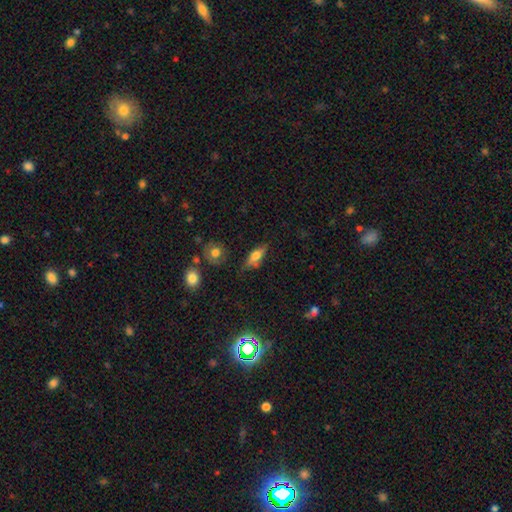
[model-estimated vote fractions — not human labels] Smooth or featured: smooth — 56% (featured or disk — 36%)
How rounded: in between — 58% (cigar-shaped — 37%)
Merging: none — 68% (minor disturbance — 21%)